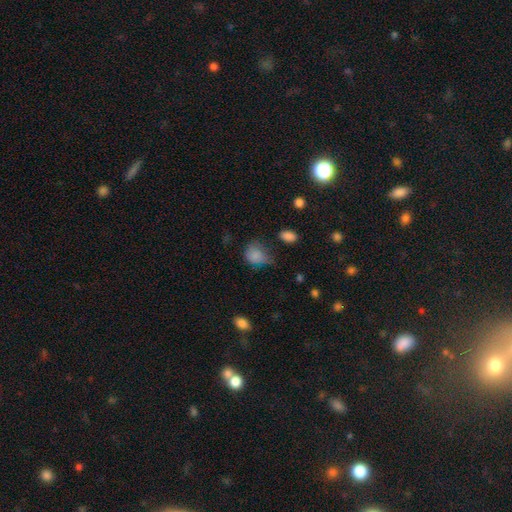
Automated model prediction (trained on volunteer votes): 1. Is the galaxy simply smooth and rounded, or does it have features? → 80% smooth, 11% star or artifact, 9% featured or disk.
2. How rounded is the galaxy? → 52% round, 47% in between, 1% cigar-shaped.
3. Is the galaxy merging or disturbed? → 40% minor disturbance, 34% none, 23% major disturbance, 3% merger.